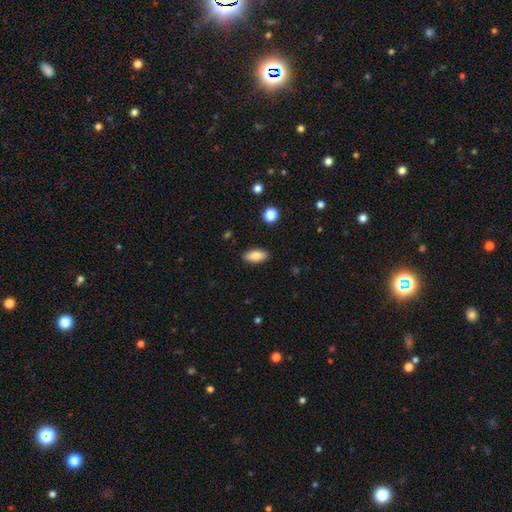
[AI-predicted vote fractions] smooth 82%, featured or disk 11%, star or artifact 7%. Down the decision tree: how rounded — in between (87%); merging — none (89%).